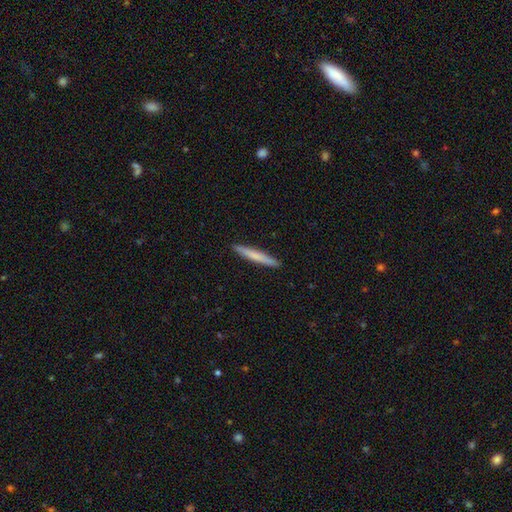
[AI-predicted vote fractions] This appears to be a smooth galaxy with no disk features (67%) that is cigar-shaped (96%). Merging: none (93%).